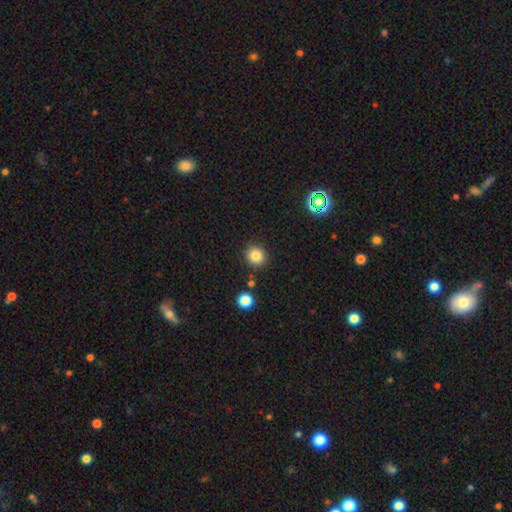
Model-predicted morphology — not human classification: smooth 83%, star or artifact 12%, featured or disk 5%. Down the decision tree: how rounded — round (88%); merging — none (87%).